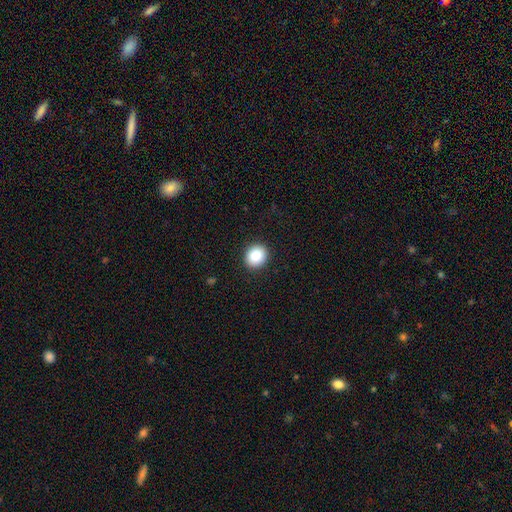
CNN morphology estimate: Smooth or featured?
  - smooth: 87% *
  - star or artifact: 9%
  - featured or disk: 4%
How rounded?
  - round: 73% *
  - in between: 26%
  - cigar-shaped: 1%
Merging?
  - none: 91% *
  - minor disturbance: 6%
  - major disturbance: 2%
  - merger: 1%